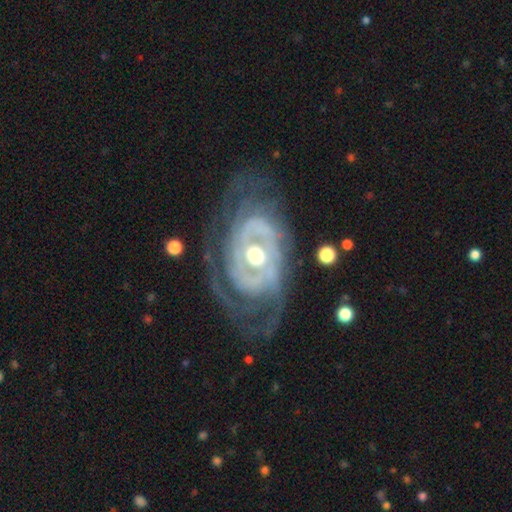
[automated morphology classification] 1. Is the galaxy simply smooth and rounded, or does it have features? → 89% featured or disk, 6% smooth, 4% star or artifact.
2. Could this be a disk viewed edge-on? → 96% no, 4% yes.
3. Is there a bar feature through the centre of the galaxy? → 71% no, 20% weak, 9% strong.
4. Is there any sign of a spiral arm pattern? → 89% yes, 11% no.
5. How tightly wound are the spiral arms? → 62% tight, 27% medium, 11% loose.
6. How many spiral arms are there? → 33% 2, 28% can't tell, 16% 3, 8% 4, 8% 1, 7% more than 4.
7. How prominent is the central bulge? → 73% moderate, 12% large, 12% small, 1% dominant, 1% none.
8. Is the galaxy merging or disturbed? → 63% none, 19% minor disturbance, 17% major disturbance, 2% merger.